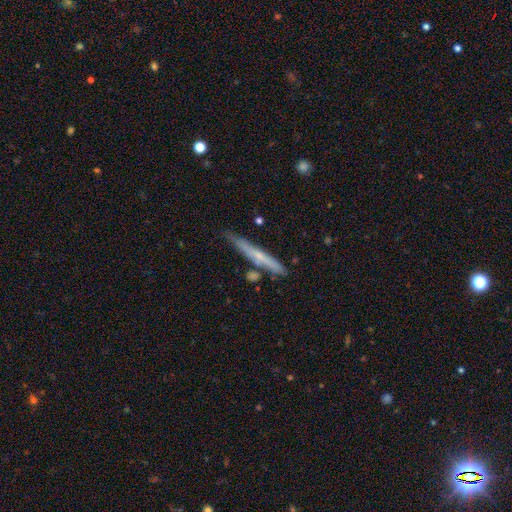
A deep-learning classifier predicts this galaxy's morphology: Smooth or featured? Predicted: featured or disk (p=0.54). Edge-on disk? Predicted: yes (p=0.94). Edge-on bulge? Predicted: none (p=0.50). Merging? Predicted: none (p=0.82).